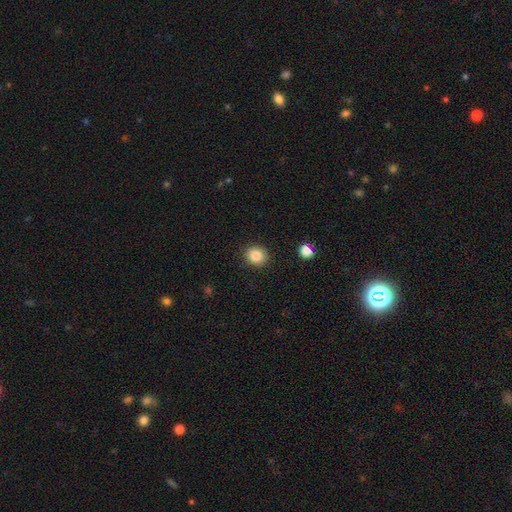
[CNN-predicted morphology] This appears to be a smooth galaxy with no disk features (86%) that is round (81%). Merging: none (89%).